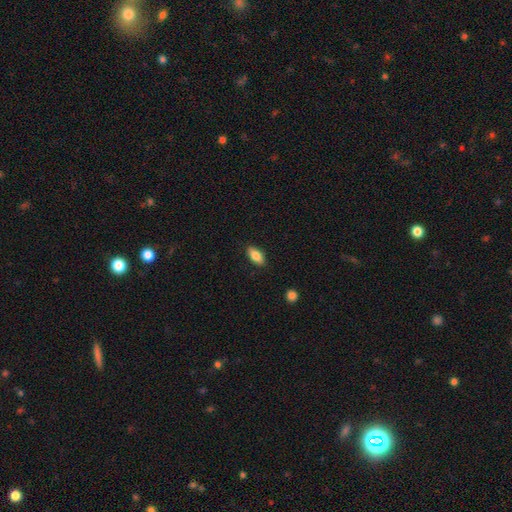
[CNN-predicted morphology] Q: Smooth or featured?
A: smooth (85%); runner-up: featured or disk (8%)
Q: How rounded?
A: in between (90%); runner-up: cigar-shaped (8%)
Q: Merging?
A: none (88%); runner-up: minor disturbance (9%)